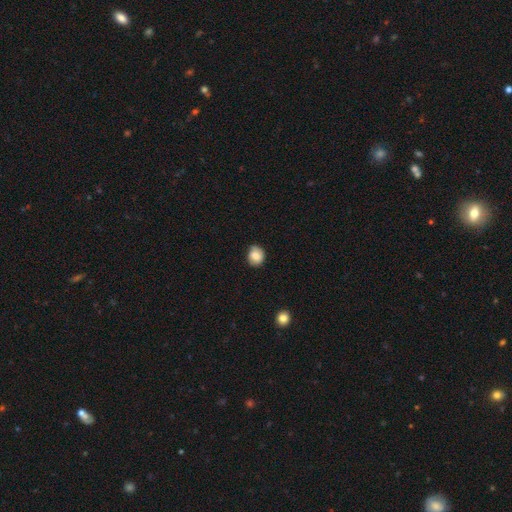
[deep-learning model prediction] Overall: smooth (79%). How rounded: round (66%; in between 33%). Merging: none (75%).